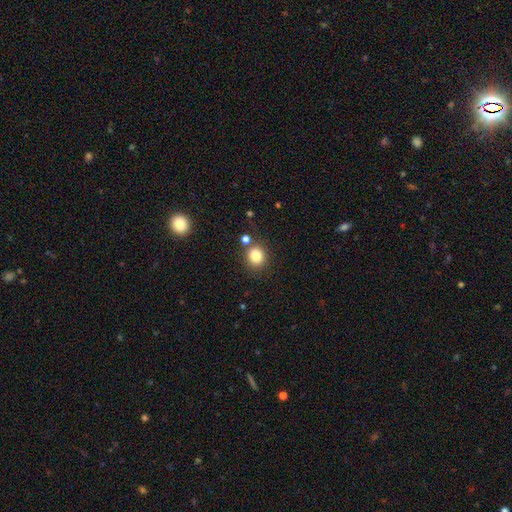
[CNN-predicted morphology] Smooth or featured?
  - smooth: 83% *
  - star or artifact: 11%
  - featured or disk: 6%
How rounded?
  - round: 83% *
  - in between: 16%
  - cigar-shaped: 1%
Merging?
  - none: 77% *
  - merger: 11%
  - minor disturbance: 9%
  - major disturbance: 3%